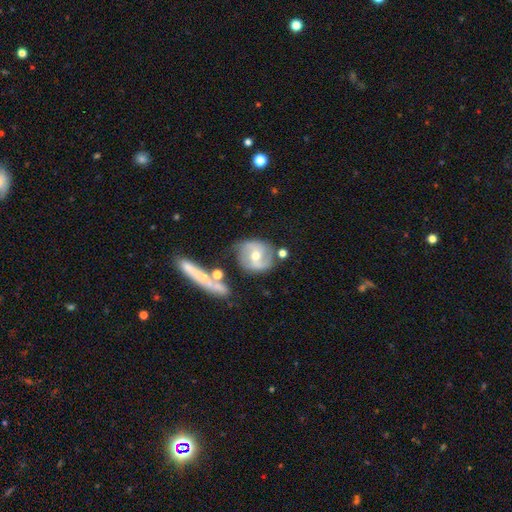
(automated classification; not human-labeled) A featured or disk galaxy (67%) with no bar (41%), 2 (81%) medium (44%) spiral arms (82%) and a moderate central bulge (66%).

Vote fractions:
- Smooth or featured? featured or disk: 67% / smooth: 26% / star or artifact: 7%
- Edge-on disk? no: 94% / yes: 6%
- Bar? no: 41% / weak: 36% / strong: 24%
- Spiral arms? yes: 82% / no: 18%
- Spiral winding? medium: 44% / loose: 29% / tight: 27%
- Spiral arm count? 2: 81% / can't tell: 11% / 3: 4% / 1: 3% / 4: 1% / more than 4: 1%
- Bulge size? moderate: 66% / small: 30% / large: 2% / none: 1% / dominant: 1%
- Merging? none: 67% / minor disturbance: 17% / merger: 10% / major disturbance: 7%